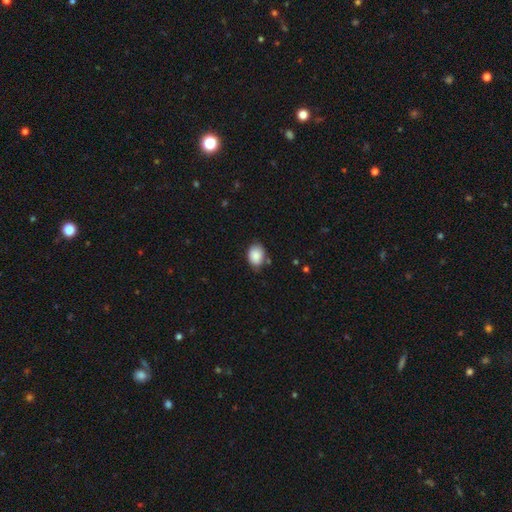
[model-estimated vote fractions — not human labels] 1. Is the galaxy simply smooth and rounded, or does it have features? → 87% smooth, 7% star or artifact, 5% featured or disk.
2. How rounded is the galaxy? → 71% in between, 28% round, 1% cigar-shaped.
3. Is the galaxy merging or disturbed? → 75% none, 19% minor disturbance, 3% major disturbance, 3% merger.